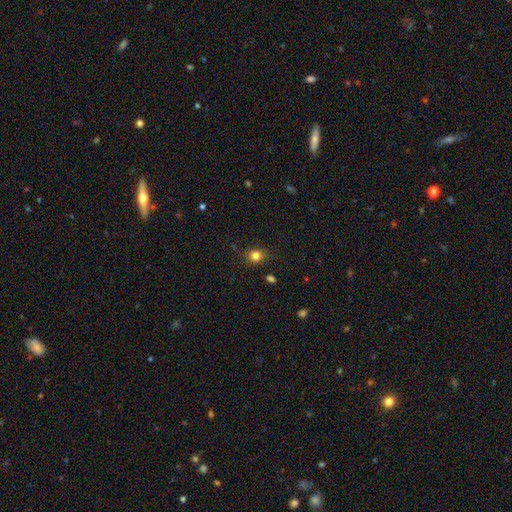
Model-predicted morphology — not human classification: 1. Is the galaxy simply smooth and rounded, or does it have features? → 81% smooth, 13% star or artifact, 5% featured or disk.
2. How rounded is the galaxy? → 75% round, 24% in between, 1% cigar-shaped.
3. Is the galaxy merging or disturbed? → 85% none, 10% minor disturbance, 3% major disturbance, 2% merger.